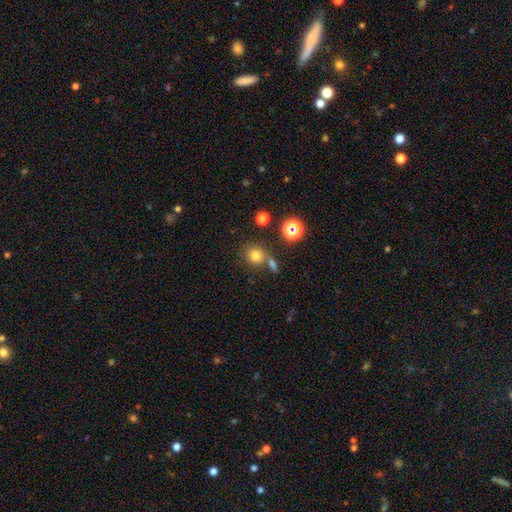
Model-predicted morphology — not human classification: A smooth galaxy with no disk features (76%) that is round (88%). Merging: none (68%).